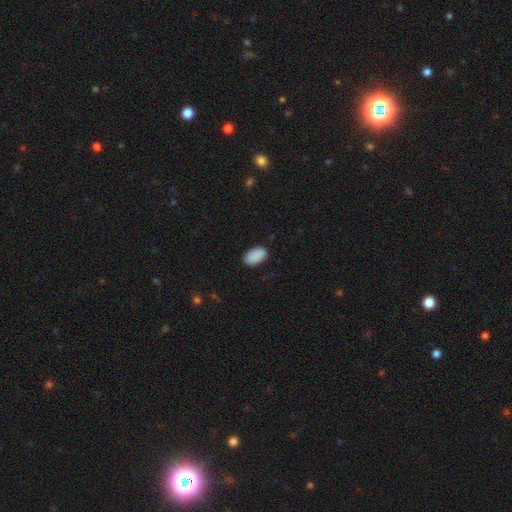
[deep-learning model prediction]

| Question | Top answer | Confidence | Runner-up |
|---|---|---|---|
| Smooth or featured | smooth | 90% | star or artifact (7%) |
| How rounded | in between | 94% | round (5%) |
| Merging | none | 86% | minor disturbance (11%) |